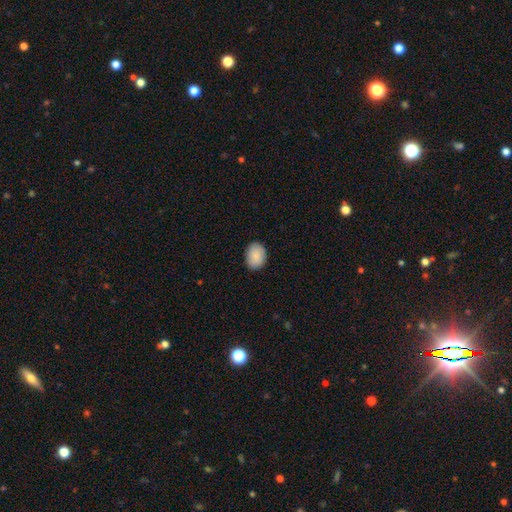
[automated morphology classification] This appears to be a smooth galaxy with no disk features (89%) that is in between round and cigar-shaped (72%). Merging: none (87%).